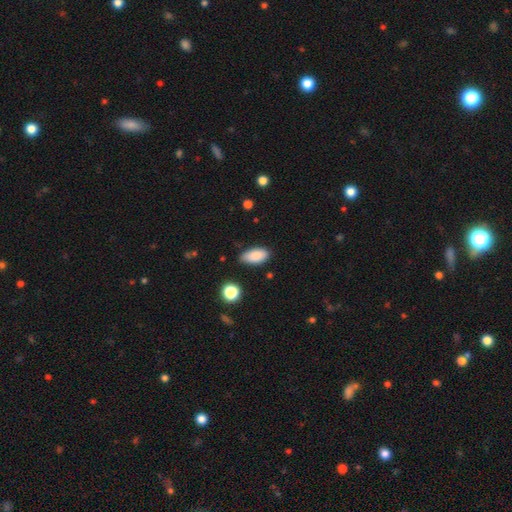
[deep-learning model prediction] Q: Smooth or featured?
A: smooth (87%); runner-up: star or artifact (7%)
Q: How rounded?
A: in between (91%); runner-up: cigar-shaped (6%)
Q: Merging?
A: none (76%); runner-up: minor disturbance (18%)